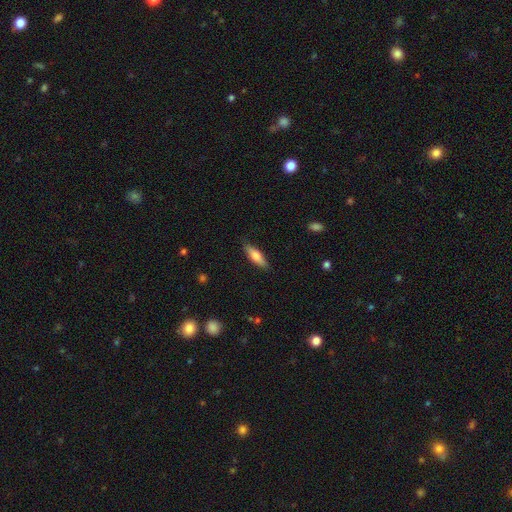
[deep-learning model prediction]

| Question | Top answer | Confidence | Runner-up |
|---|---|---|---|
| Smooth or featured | smooth | 70% | featured or disk (24%) |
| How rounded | cigar-shaped | 52% | in between (46%) |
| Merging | none | 85% | minor disturbance (12%) |